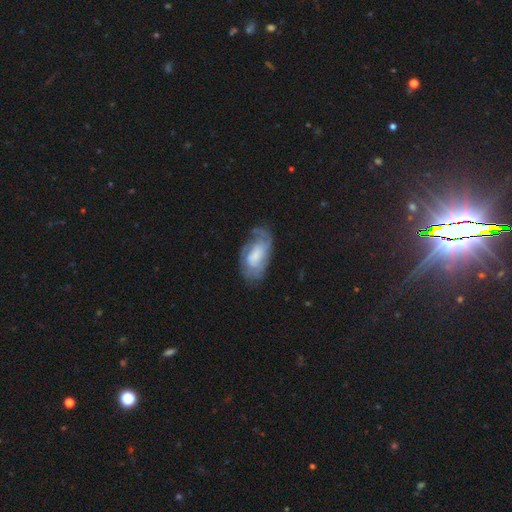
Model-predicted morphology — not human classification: smooth-or-featured: featured or disk: 58% | smooth: 35% | star or artifact: 7%
  disk-edge-on: no: 95% | yes: 5%
    bar: no: 63% | weak: 30% | strong: 7%
    has-spiral-arms: yes: 76% | no: 24%
    bulge-size: large: 30% | moderate: 27% | none: 21% | small: 18% | dominant: 4%
  merging: none: 50% | minor disturbance: 27% | major disturbance: 20% | merger: 2%